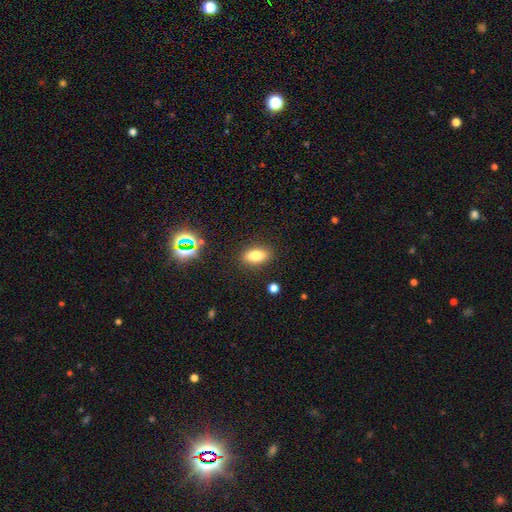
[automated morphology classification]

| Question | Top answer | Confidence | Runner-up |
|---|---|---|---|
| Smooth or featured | smooth | 79% | star or artifact (11%) |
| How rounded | in between | 84% | cigar-shaped (10%) |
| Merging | none | 87% | minor disturbance (9%) |